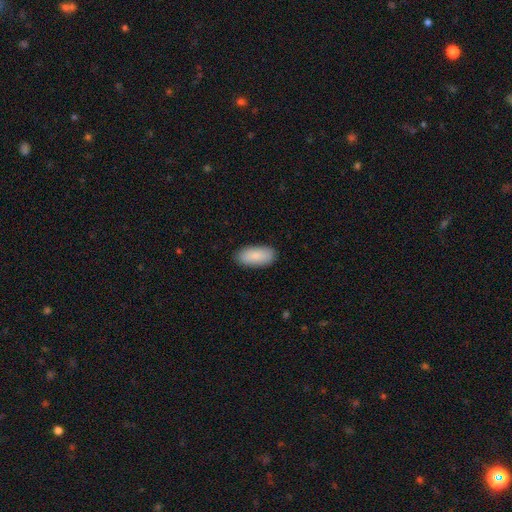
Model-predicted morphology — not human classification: This appears to be a smooth galaxy with no disk features (88%) that is in between round and cigar-shaped (90%). Merging: none (88%).